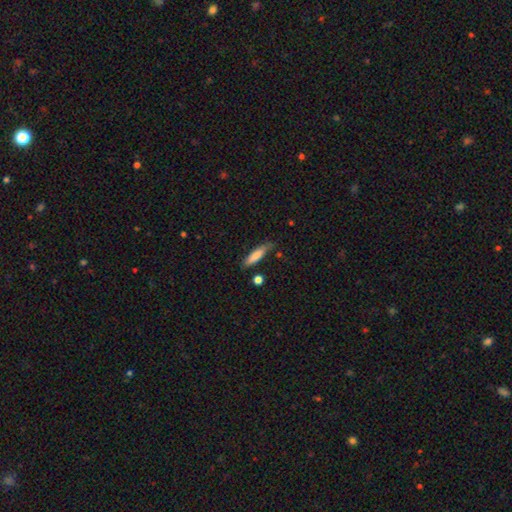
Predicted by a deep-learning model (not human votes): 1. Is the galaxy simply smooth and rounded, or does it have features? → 76% smooth, 18% featured or disk, 6% star or artifact.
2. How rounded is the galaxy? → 75% cigar-shaped, 23% in between, 2% round.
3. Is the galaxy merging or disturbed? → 73% none, 20% minor disturbance, 4% major disturbance, 3% merger.